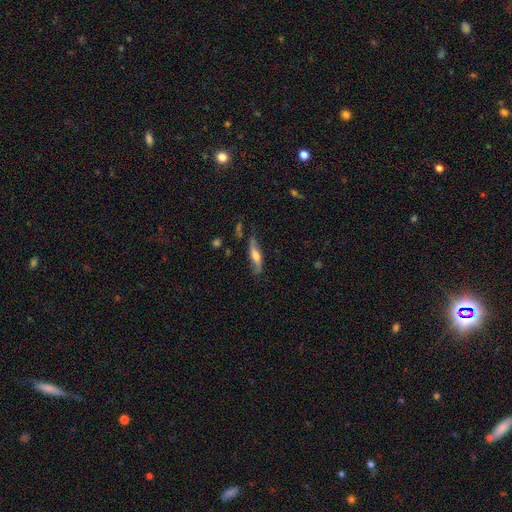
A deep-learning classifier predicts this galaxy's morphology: Smooth or featured? featured or disk (59%)
Edge-on disk? yes (56%)
Merging? none (65%)